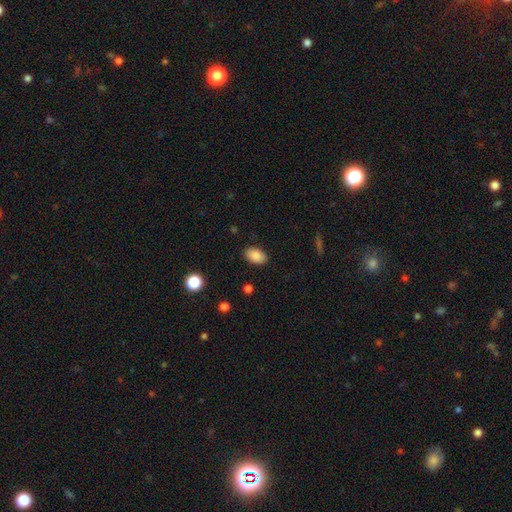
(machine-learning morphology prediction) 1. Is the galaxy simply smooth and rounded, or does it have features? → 87% smooth, 8% star or artifact, 5% featured or disk.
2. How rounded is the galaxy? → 92% in between, 7% round, 1% cigar-shaped.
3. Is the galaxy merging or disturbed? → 87% none, 9% minor disturbance, 2% major disturbance, 1% merger.